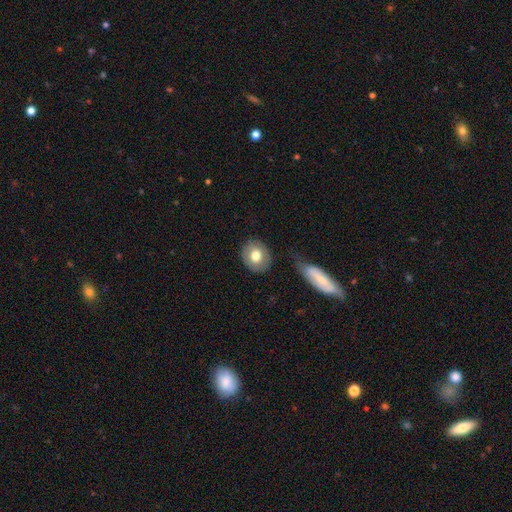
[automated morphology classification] type=smooth (73%); roundness=round (71%); merging=none (79%).